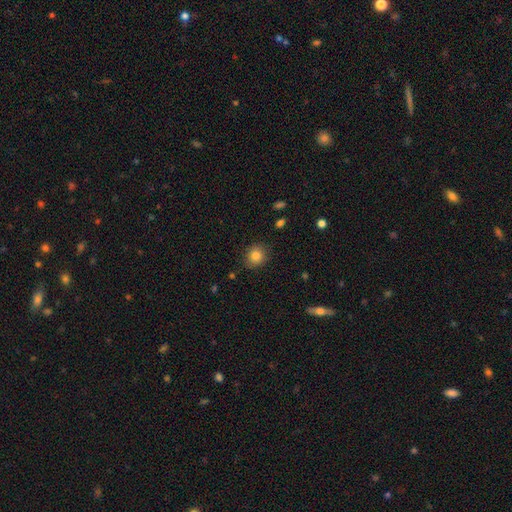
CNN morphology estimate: This appears to be a smooth galaxy with no disk features (83%) that is round (80%). Merging: none (86%).